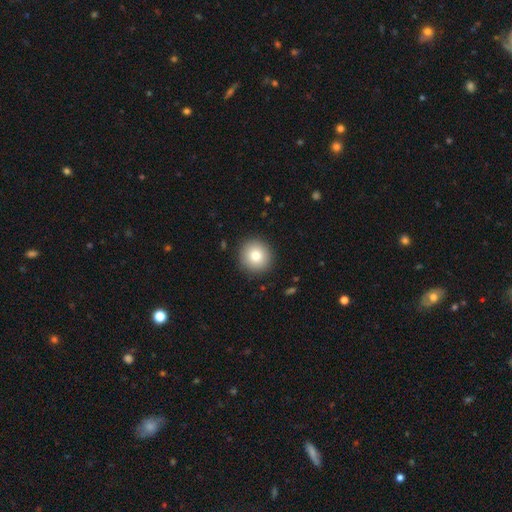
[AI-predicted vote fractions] Overall: smooth (80%). How rounded: round (93%). Merging: none (91%).